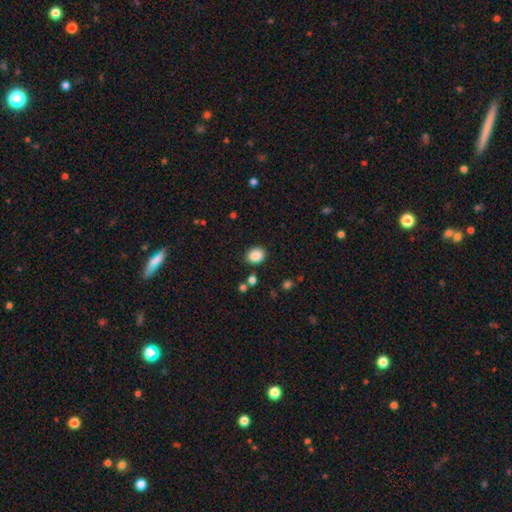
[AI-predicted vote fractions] A smooth galaxy with no disk features (87%) that is round (60%).

Vote fractions:
- Smooth or featured? smooth: 87% / star or artifact: 9% / featured or disk: 3%
- How rounded? round: 60% / in between: 39% / cigar-shaped: 1%
- Merging? none: 85% / minor disturbance: 9% / major disturbance: 3% / merger: 3%